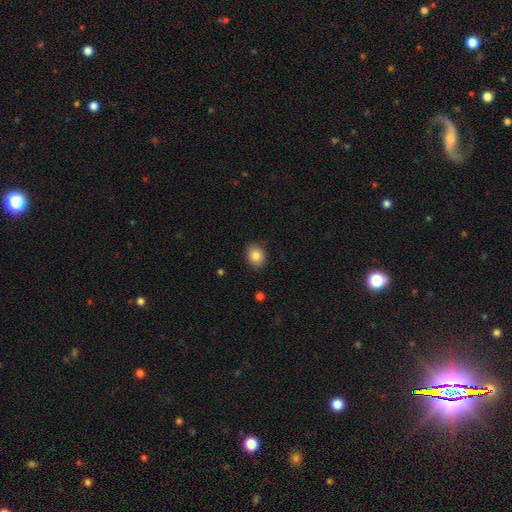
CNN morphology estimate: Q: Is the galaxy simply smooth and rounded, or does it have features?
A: smooth — 86%.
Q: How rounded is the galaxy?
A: round — 55%.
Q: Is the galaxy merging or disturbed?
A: none — 87%.